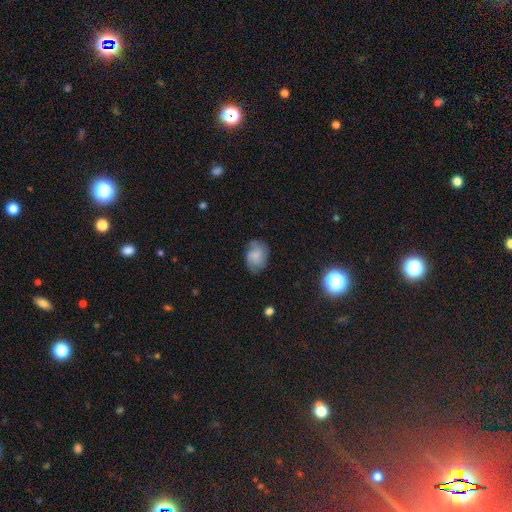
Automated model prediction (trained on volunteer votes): Morphology: type=smooth (64%); roundness=in between (69%); merging=none (64%).